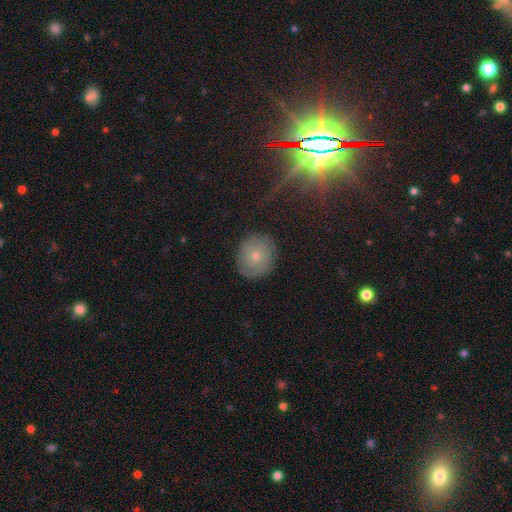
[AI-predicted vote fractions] The model was most divided on "smooth or featured": smooth: 56%, featured or disk: 35%, star or artifact: 10%. More confident: merging — none (84%); how rounded — round (83%).